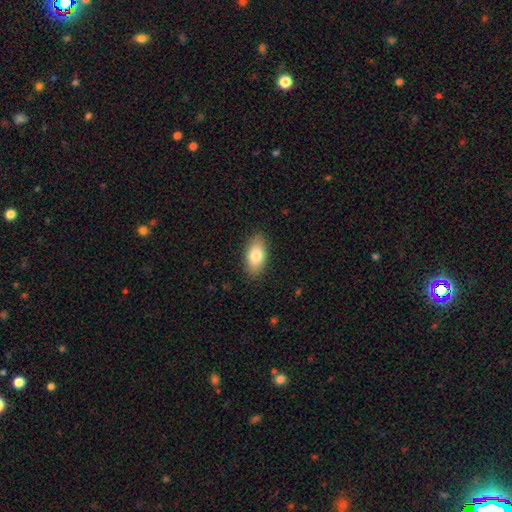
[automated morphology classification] A smooth galaxy with no disk features (80%) that is in between round and cigar-shaped (90%).

Vote fractions:
- Smooth or featured? smooth: 80% / featured or disk: 14% / star or artifact: 7%
- How rounded? in between: 90% / cigar-shaped: 6% / round: 4%
- Merging? none: 88% / minor disturbance: 9% / major disturbance: 2% / merger: 1%